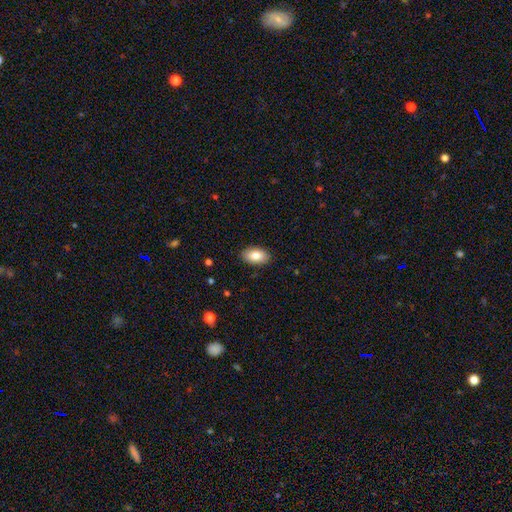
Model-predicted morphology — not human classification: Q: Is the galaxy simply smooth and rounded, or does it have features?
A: smooth — 86%.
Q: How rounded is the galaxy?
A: in between — 94%.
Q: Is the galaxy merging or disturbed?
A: none — 88%.